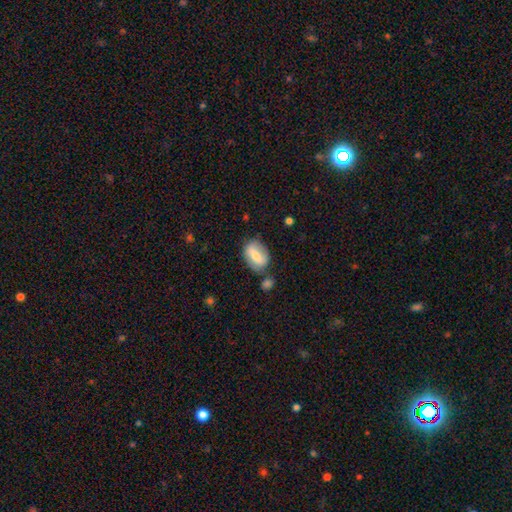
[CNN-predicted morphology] smooth-or-featured: smooth: 58% | featured or disk: 35% | star or artifact: 7%
  how-rounded: in between: 81% | round: 17% | cigar-shaped: 3%
  merging: none: 65% | minor disturbance: 20% | merger: 9% | major disturbance: 6%